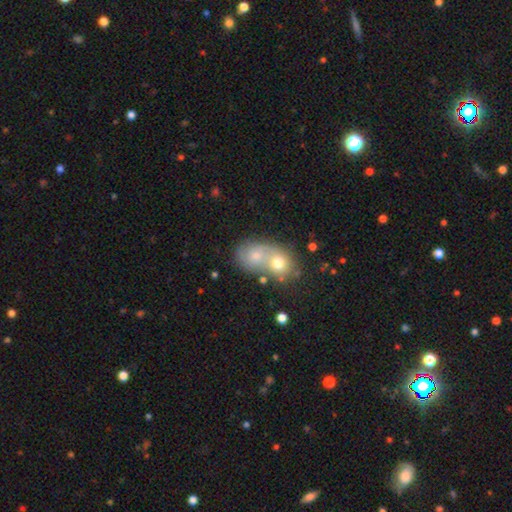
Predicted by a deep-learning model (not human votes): Overall: smooth (59%; featured or disk 30%). How rounded: in between (56%; round 42%). Merging: merger (62%; none 23%).